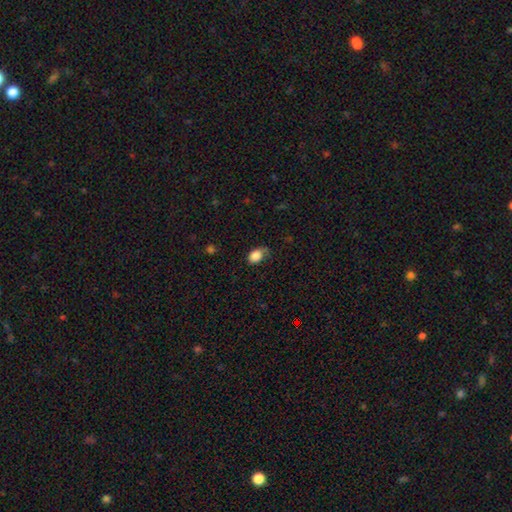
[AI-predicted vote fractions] smooth_or_featured: smooth (p=0.86) [alt: star or artifact p=0.09]
how_rounded: in between (p=0.74) [alt: round p=0.25]
merging: none (p=0.56) [alt: minor disturbance p=0.33]